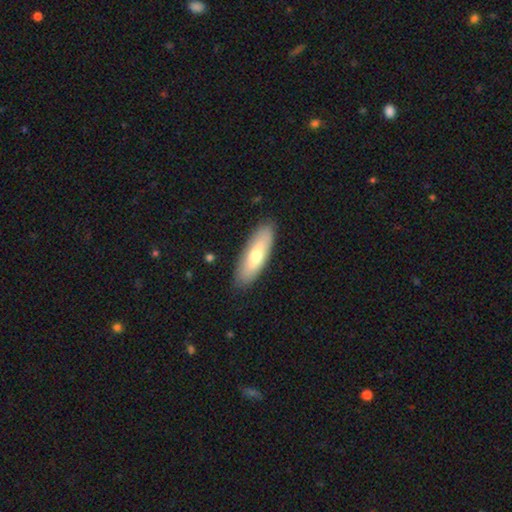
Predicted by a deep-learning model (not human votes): The model was most divided on "how rounded": in between: 58%, cigar-shaped: 40%, round: 2%. More confident: merging — none (87%); smooth or featured — smooth (67%).